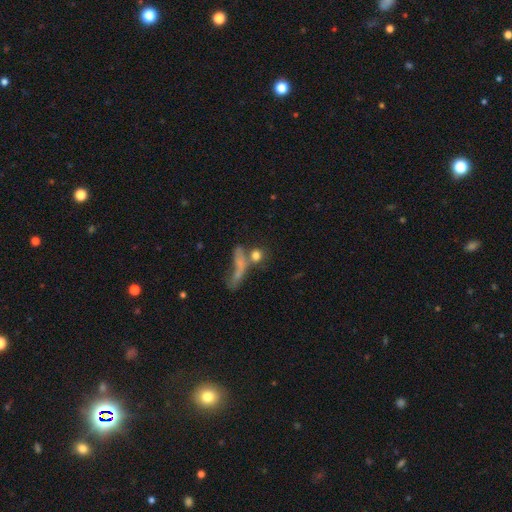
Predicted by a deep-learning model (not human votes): Overall: smooth (71%). How rounded: round (69%). Merging: none (44%; merger 34%).